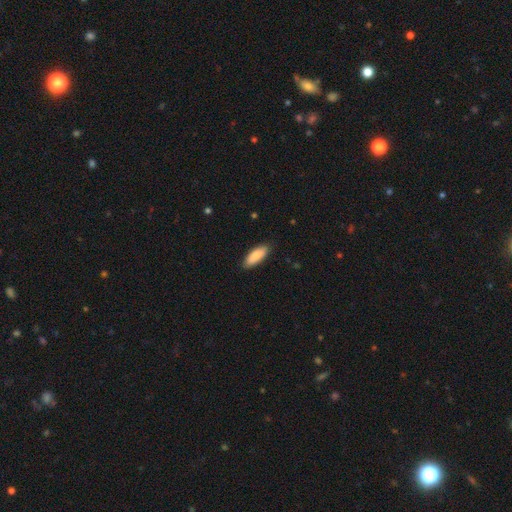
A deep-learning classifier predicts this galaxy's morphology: A smooth galaxy with no disk features (88%) that is in between round and cigar-shaped (72%). Merging: none (86%).